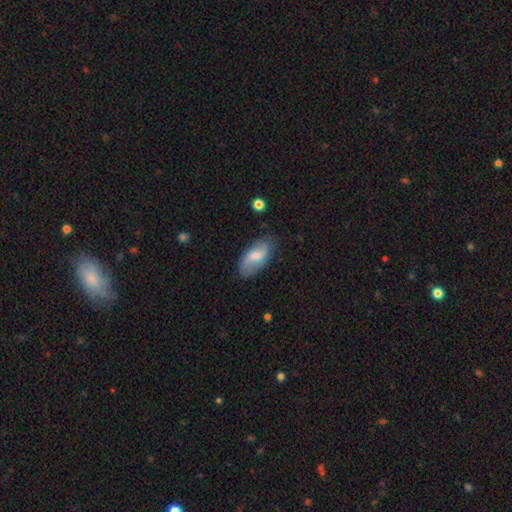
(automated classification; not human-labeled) Smooth or featured? Predicted: smooth (p=0.57). How rounded? Predicted: in between (p=0.91). Merging? Predicted: none (p=0.75).